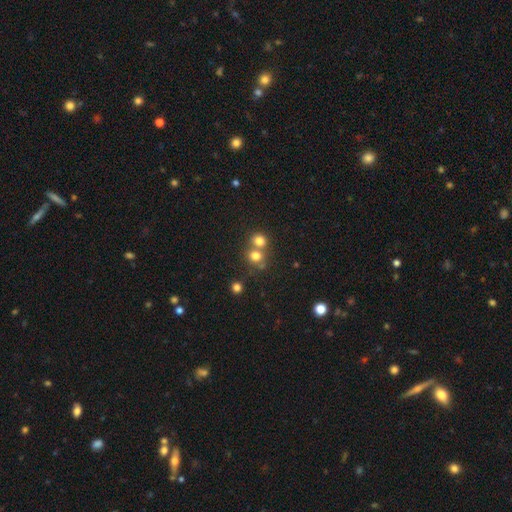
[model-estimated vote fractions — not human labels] This is likely a smooth galaxy (75%). How rounded: clearly round (82%). Merging: possibly none (45%, tied with merger).